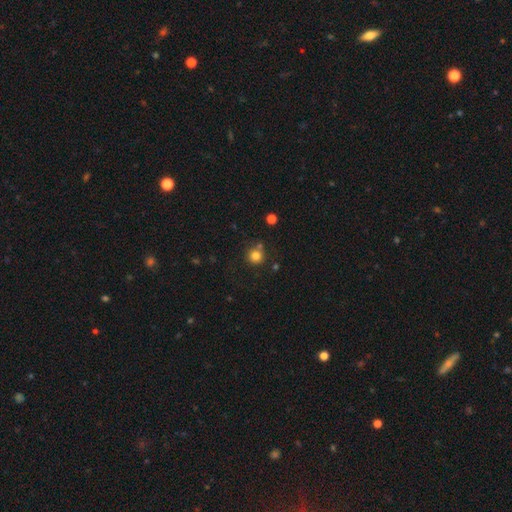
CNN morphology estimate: Smooth or featured? smooth (81%)
How rounded? round (94%)
Merging? none (77%)